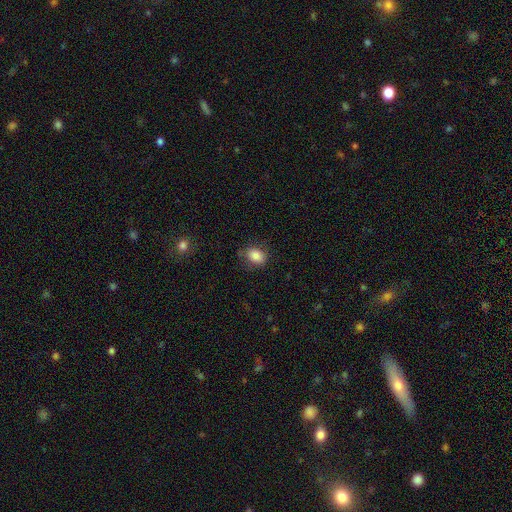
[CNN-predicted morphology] smooth 85%, star or artifact 9%, featured or disk 6%. Down the decision tree: how rounded — in between (67%); merging — none (76%).